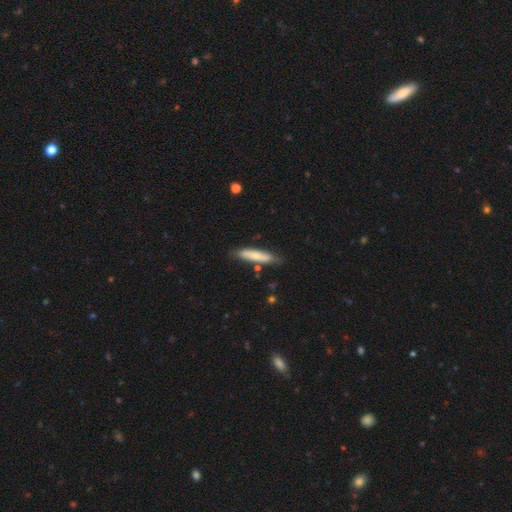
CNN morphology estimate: smooth-or-featured: smooth: 70% | featured or disk: 25% | star or artifact: 6%
  how-rounded: cigar-shaped: 81% | in between: 18% | round: 1%
  merging: none: 78% | minor disturbance: 16% | merger: 4% | major disturbance: 3%